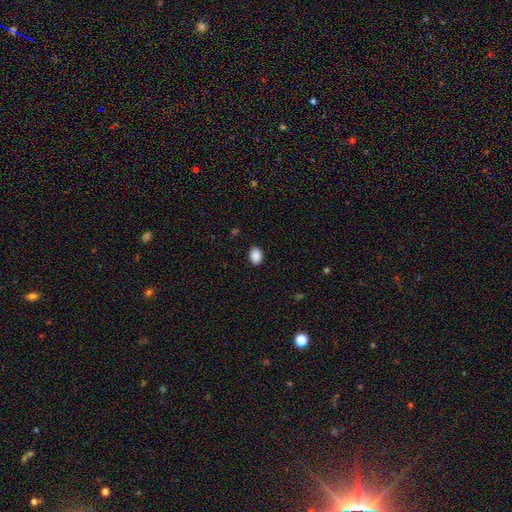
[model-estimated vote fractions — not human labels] This is clearly a smooth galaxy (90%). How rounded: likely in between (70%). Merging: clearly none (88%).